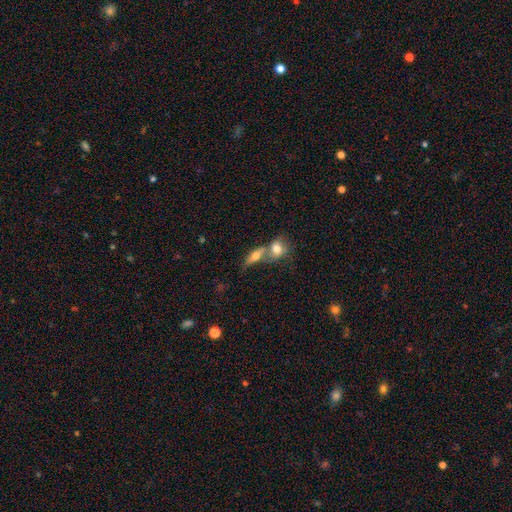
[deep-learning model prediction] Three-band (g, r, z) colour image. It shows a smooth galaxy with no disk features (62%) that is in between round and cigar-shaped (62%). Merging: merger (57%).